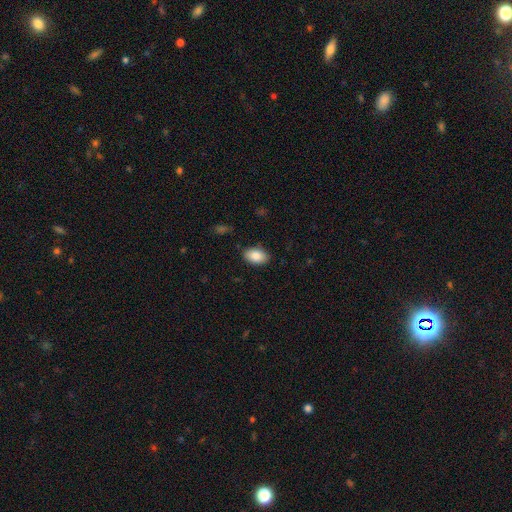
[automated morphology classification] smooth_or_featured: smooth (p=0.85) [alt: featured or disk p=0.08]
how_rounded: in between (p=0.90) [alt: round p=0.09]
merging: none (p=0.87) [alt: minor disturbance p=0.10]